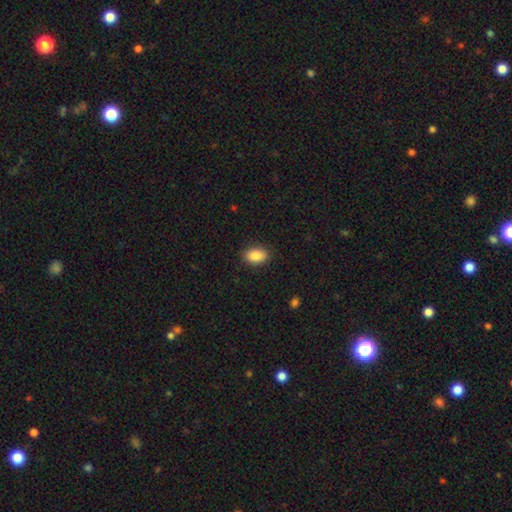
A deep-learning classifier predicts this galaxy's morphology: smooth_or_featured: smooth (p=0.88) [alt: star or artifact p=0.08]
how_rounded: in between (p=0.88) [alt: round p=0.11]
merging: none (p=0.88) [alt: minor disturbance p=0.09]